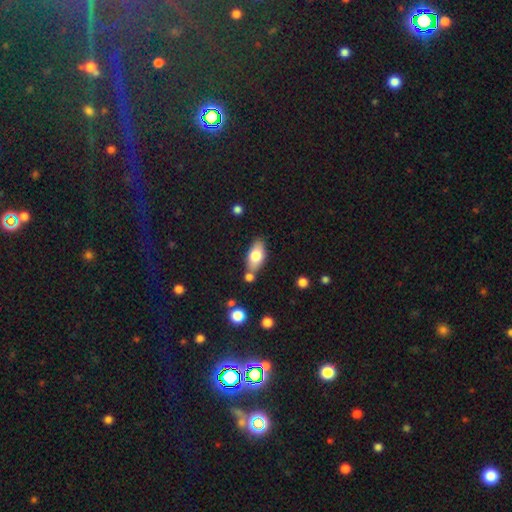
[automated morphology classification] type=smooth (74%); roundness=in between (88%); merging=none (71%).